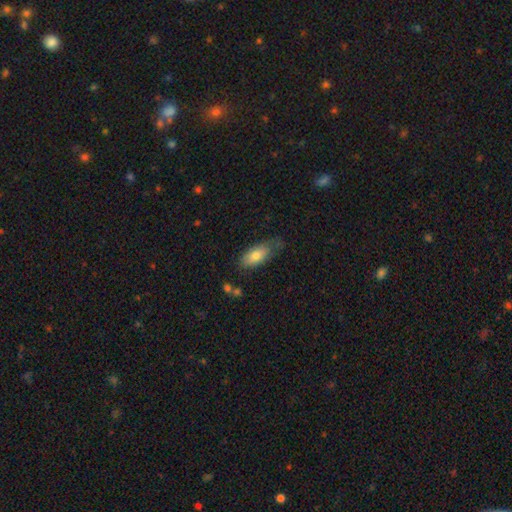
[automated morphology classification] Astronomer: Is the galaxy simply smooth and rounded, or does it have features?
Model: smooth — 77%.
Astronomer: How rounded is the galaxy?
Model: in between — 83%.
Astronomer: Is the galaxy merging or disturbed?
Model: none — 51% (runner-up: minor disturbance, 34%).